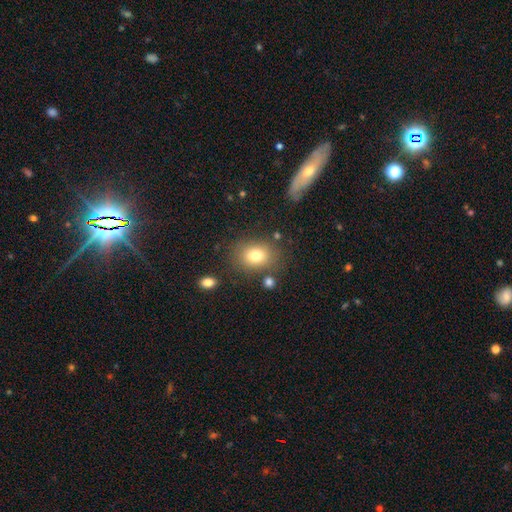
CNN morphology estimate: This appears to be a smooth galaxy with no disk features (78%) that is in between round and cigar-shaped (53%). Merging: none (77%).